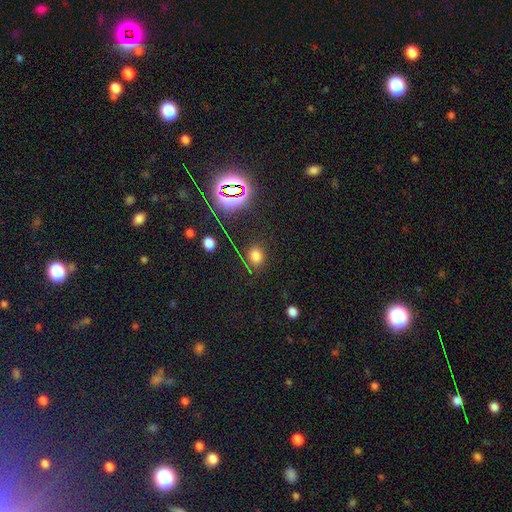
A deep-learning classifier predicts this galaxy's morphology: This appears to be a smooth galaxy with no disk features (68%) that is round (63%). Merging: none (80%).